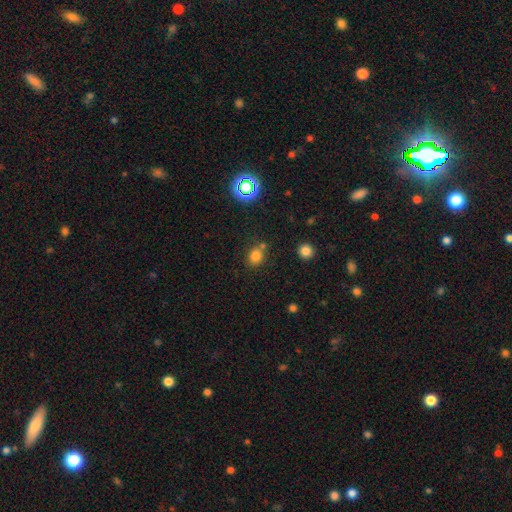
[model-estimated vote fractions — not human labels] A smooth galaxy with no disk features (77%) that is round (63%).

Vote fractions:
- Smooth or featured? smooth: 77% / star or artifact: 16% / featured or disk: 7%
- How rounded? round: 63% / in between: 36% / cigar-shaped: 1%
- Merging? none: 67% / merger: 16% / minor disturbance: 13% / major disturbance: 4%